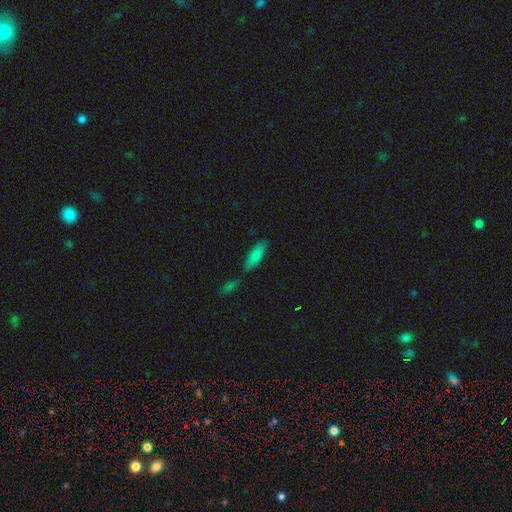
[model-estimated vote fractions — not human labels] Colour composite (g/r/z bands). It shows a smooth galaxy with no disk features (82%) that is in between round and cigar-shaped (64%). Merging: none (66%).